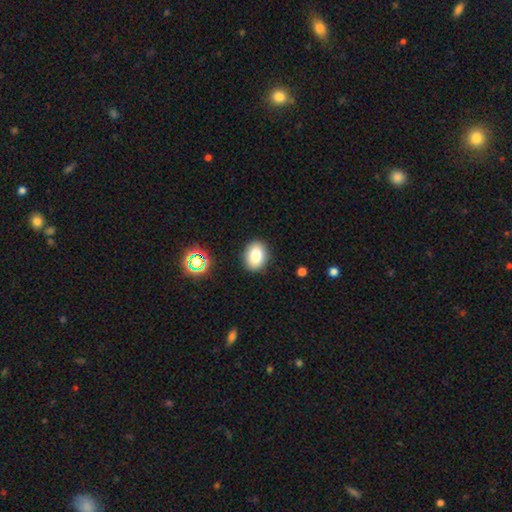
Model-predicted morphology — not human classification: Smooth or featured? smooth (83%)
How rounded? in between (69%)
Merging? none (88%)